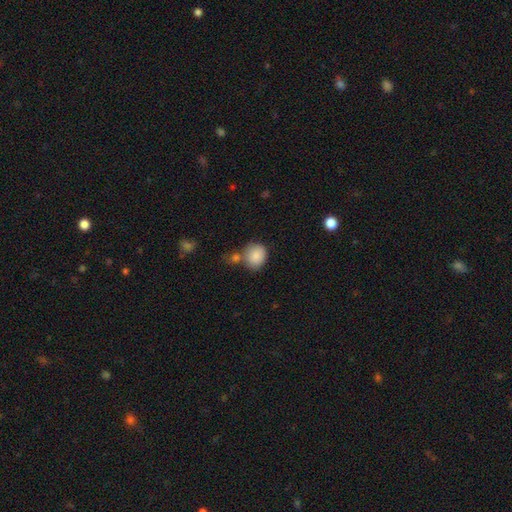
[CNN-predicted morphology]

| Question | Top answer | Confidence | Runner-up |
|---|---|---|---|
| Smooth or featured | smooth | 86% | star or artifact (8%) |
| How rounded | round | 72% | in between (27%) |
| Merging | none | 56% | merger (23%) |